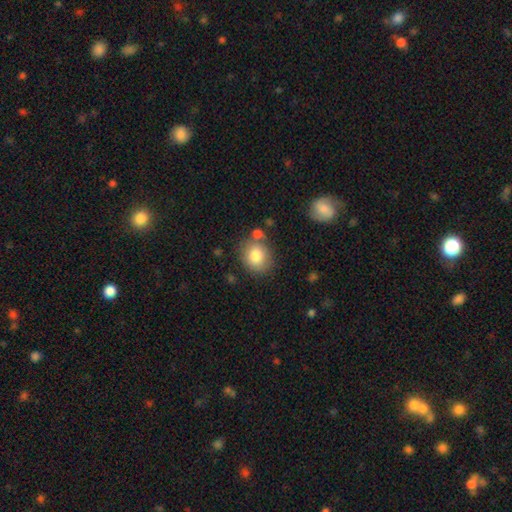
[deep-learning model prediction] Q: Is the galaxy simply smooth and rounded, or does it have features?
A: smooth — 81%.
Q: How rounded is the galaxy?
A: round — 72%.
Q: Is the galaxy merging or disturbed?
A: none — 73%.